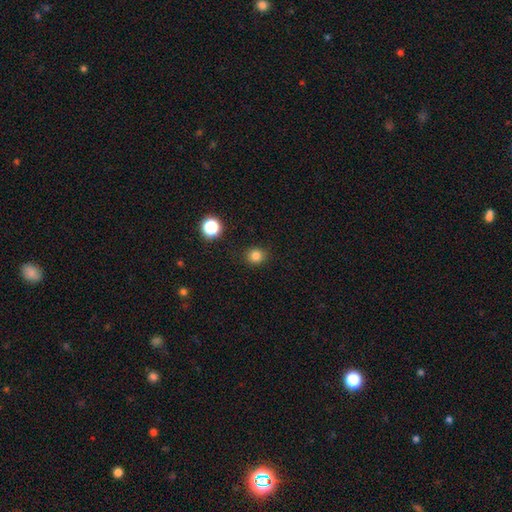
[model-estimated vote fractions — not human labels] Smooth or featured? smooth (81%)
How rounded? round (86%)
Merging? none (89%)